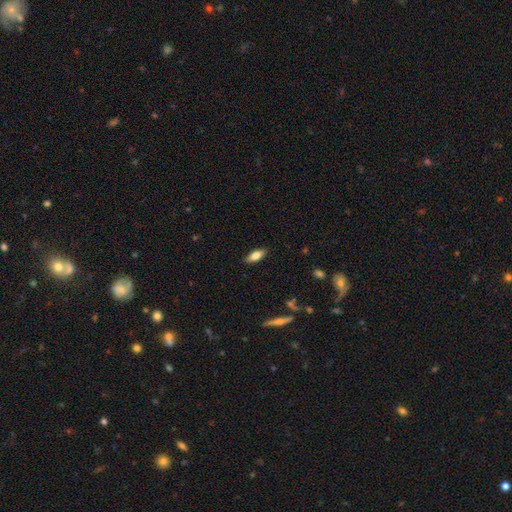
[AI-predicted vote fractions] Morphology: type=smooth (74%); roundness=in between (73%); merging=none (86%).